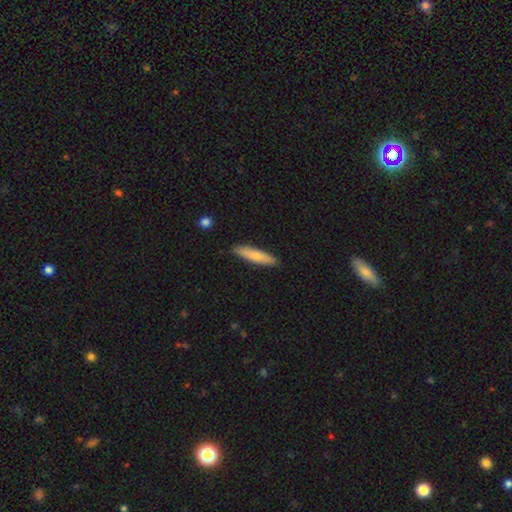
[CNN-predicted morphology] The model was most divided on "smooth or featured": smooth: 75%, featured or disk: 20%, star or artifact: 5%. More confident: merging — none (88%); how rounded — cigar-shaped (83%).